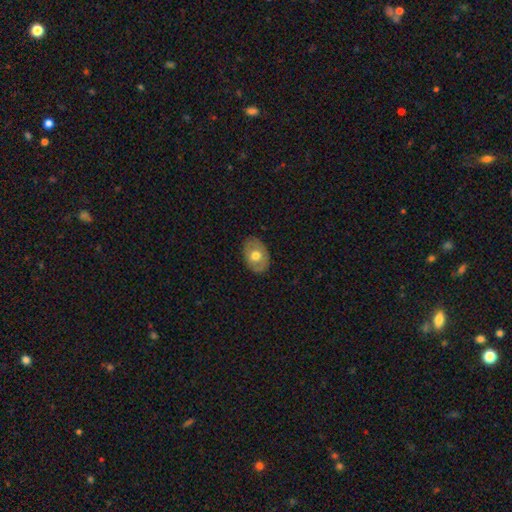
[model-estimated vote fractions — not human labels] Smooth or featured? Predicted: smooth (p=0.60). How rounded? Predicted: in between (p=0.78). Merging? Predicted: none (p=0.83).